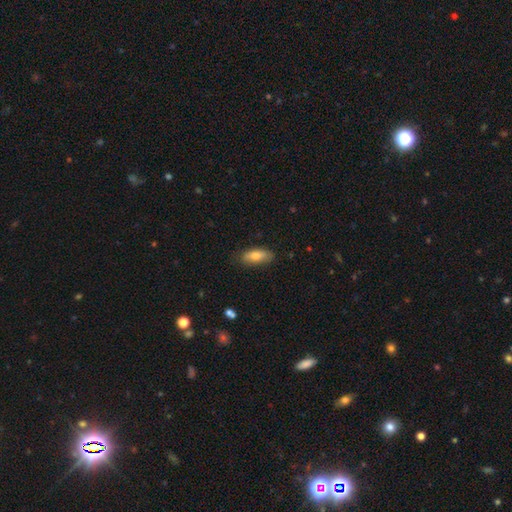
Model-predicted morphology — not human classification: type=smooth (74%); roundness=in between (76%); merging=none (79%).